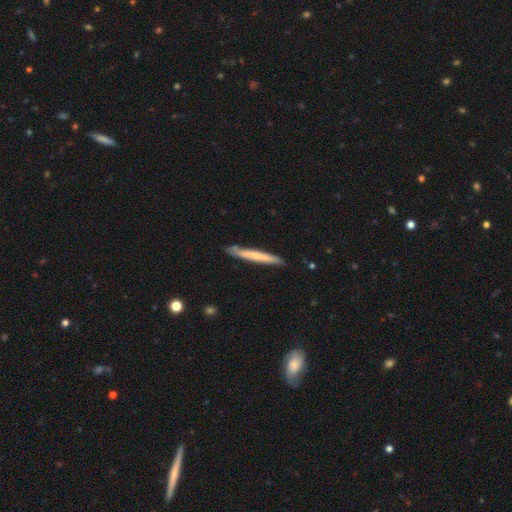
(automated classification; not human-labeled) This appears to be a smooth galaxy with no disk features (54%) that is cigar-shaped (96%). Merging: none (84%).